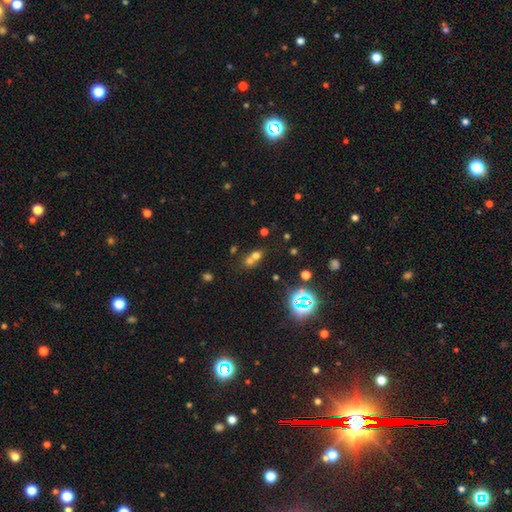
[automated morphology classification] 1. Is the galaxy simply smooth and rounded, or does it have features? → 55% smooth, 29% star or artifact, 16% featured or disk.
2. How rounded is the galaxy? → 67% round, 30% in between, 2% cigar-shaped.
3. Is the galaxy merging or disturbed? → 57% merger, 33% none, 6% minor disturbance, 4% major disturbance.